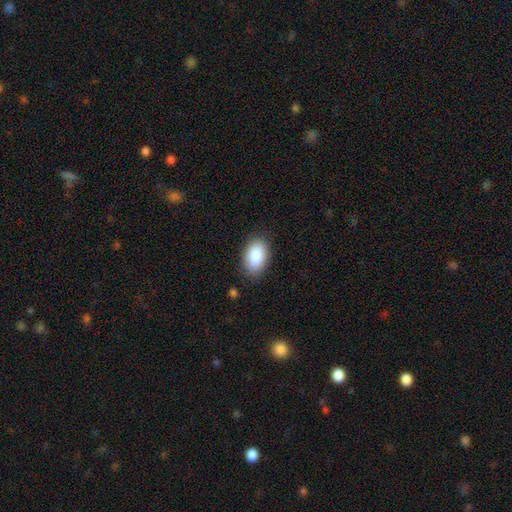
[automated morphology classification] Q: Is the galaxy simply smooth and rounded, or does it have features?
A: smooth — 89%.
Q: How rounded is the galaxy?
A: in between — 93%.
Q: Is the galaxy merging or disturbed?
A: none — 85%.